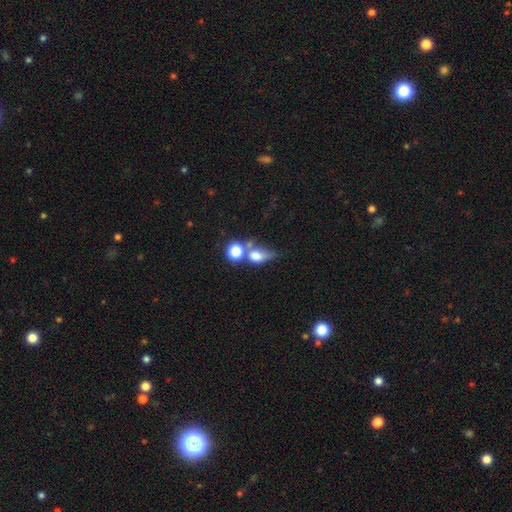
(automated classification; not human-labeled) Q: Smooth or featured?
A: smooth (67%); runner-up: featured or disk (19%)
Q: How rounded?
A: in between (48%); runner-up: round (45%)
Q: Merging?
A: merger (44%); runner-up: none (30%)